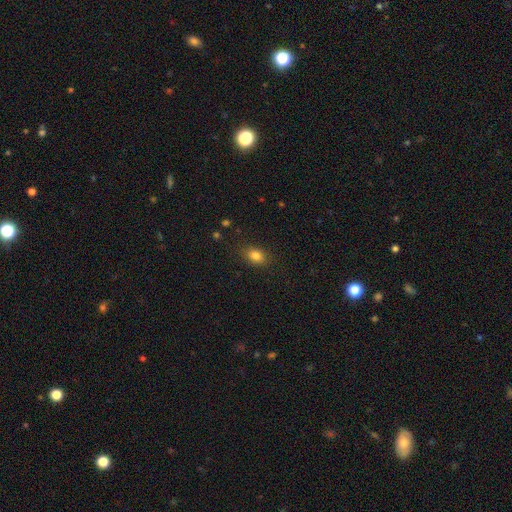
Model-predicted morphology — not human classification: A smooth galaxy with no disk features (83%) that is in between round and cigar-shaped (74%).

Vote fractions:
- Smooth or featured? smooth: 83% / star or artifact: 11% / featured or disk: 6%
- How rounded? in between: 74% / round: 25% / cigar-shaped: 2%
- Merging? none: 86% / minor disturbance: 10% / major disturbance: 3% / merger: 1%